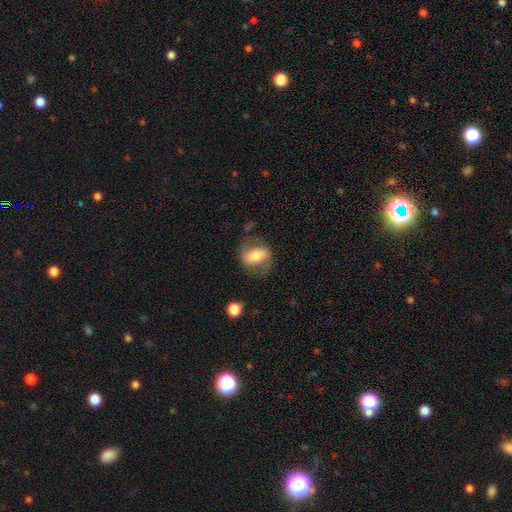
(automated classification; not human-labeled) smooth_or_featured: featured or disk (p=0.46) [tied with: smooth p=0.46]
merging: none (p=0.63) [alt: minor disturbance p=0.20]